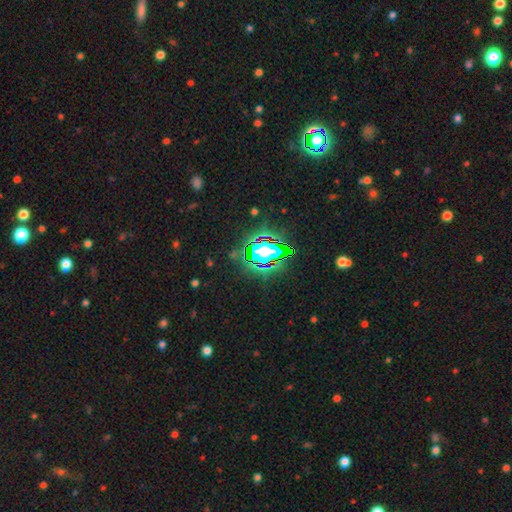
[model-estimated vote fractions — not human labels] The model was most divided on "smooth or featured": star or artifact: 82%, smooth: 11%, featured or disk: 7%.